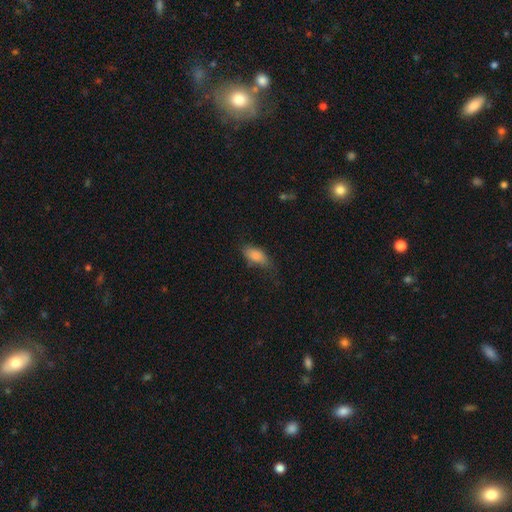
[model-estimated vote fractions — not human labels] Smooth or featured? Predicted: smooth (p=0.84). How rounded? Predicted: in between (p=0.87). Merging? Predicted: none (p=0.55).